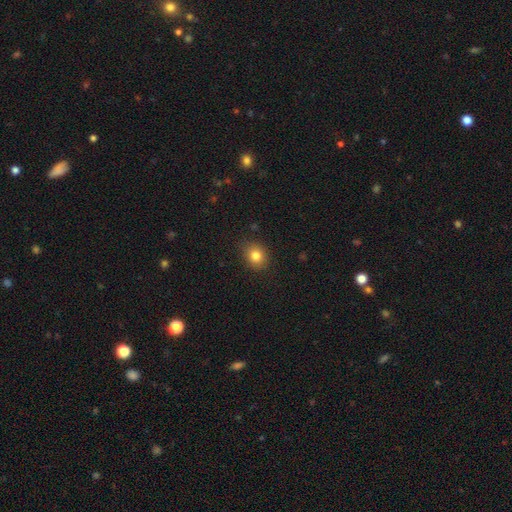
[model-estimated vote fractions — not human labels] This appears to be a smooth galaxy with no disk features (82%) that is round (68%). Merging: none (86%).